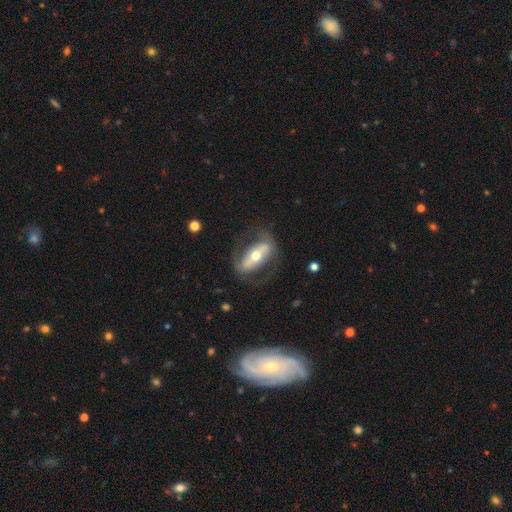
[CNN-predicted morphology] Smooth or featured? featured or disk (69%)
Edge-on disk? no (82%)
Bar? strong (58%)
Spiral arms? yes (51%)
Bulge size? moderate (66%)
Merging? none (69%)